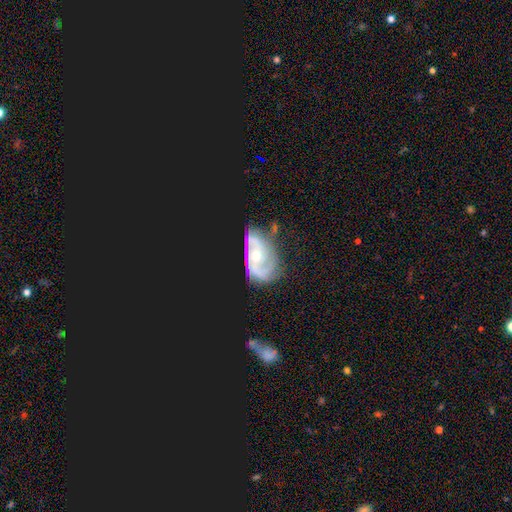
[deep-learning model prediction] Smooth or featured: featured or disk — 52% (star or artifact — 30%)
Edge-on disk: no — 93% (yes — 7%)
Merging: none — 53% (minor disturbance — 22%)